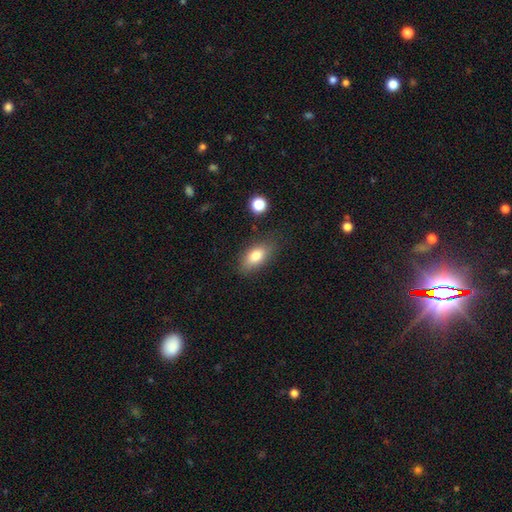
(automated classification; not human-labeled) Q: Smooth or featured?
A: smooth (80%); runner-up: featured or disk (12%)
Q: How rounded?
A: in between (87%); runner-up: cigar-shaped (7%)
Q: Merging?
A: none (76%); runner-up: minor disturbance (17%)